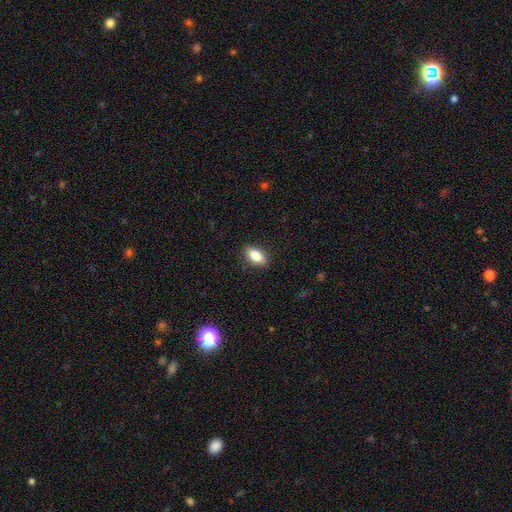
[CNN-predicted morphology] Smooth or featured?
  - smooth: 85% *
  - star or artifact: 8%
  - featured or disk: 7%
How rounded?
  - in between: 90% *
  - round: 6%
  - cigar-shaped: 5%
Merging?
  - none: 87% *
  - minor disturbance: 10%
  - major disturbance: 2%
  - merger: 1%